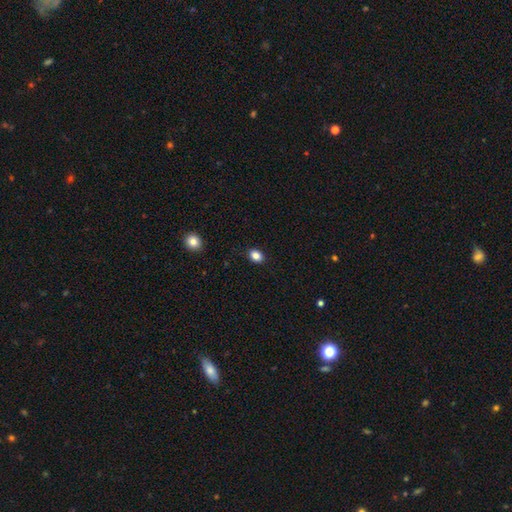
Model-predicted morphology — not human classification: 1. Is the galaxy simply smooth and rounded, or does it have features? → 84% smooth, 10% star or artifact, 5% featured or disk.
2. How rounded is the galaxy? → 66% in between, 33% round, 1% cigar-shaped.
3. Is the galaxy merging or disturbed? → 89% none, 8% minor disturbance, 2% major disturbance, 1% merger.